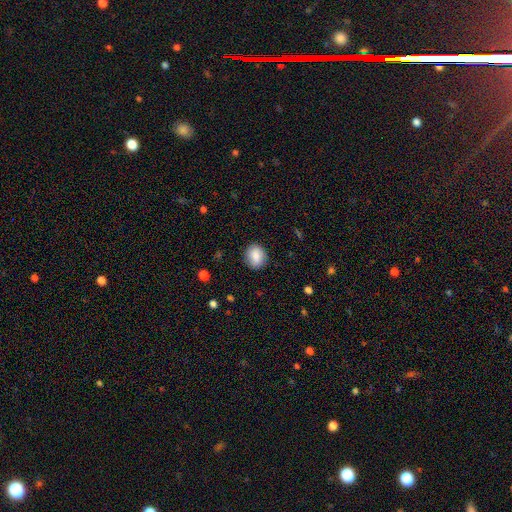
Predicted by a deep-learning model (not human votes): Overall: smooth (85%). How rounded: round (64%; in between 35%). Merging: none (87%).